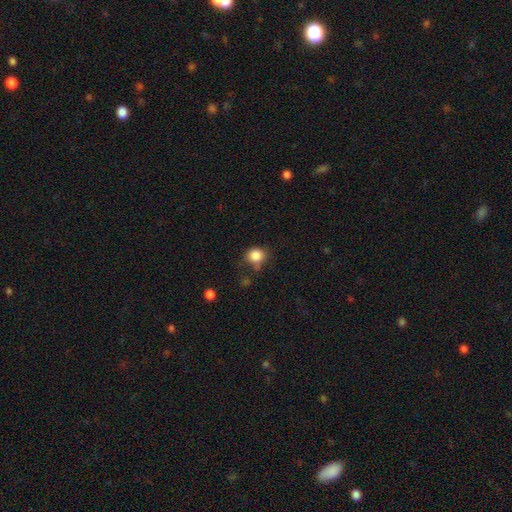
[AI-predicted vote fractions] Morphology: type=smooth (84%); roundness=round (75%); merging=none (65%).